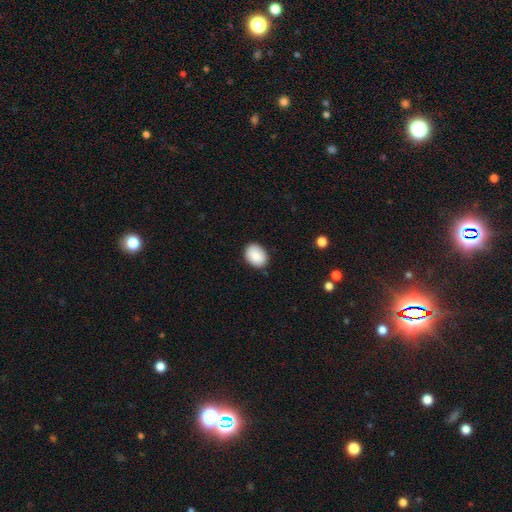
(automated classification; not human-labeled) A smooth galaxy with no disk features (89%) that is in between round and cigar-shaped (69%).

Vote fractions:
- Smooth or featured? smooth: 89% / star or artifact: 7% / featured or disk: 5%
- How rounded? in between: 69% / round: 30% / cigar-shaped: 1%
- Merging? none: 86% / minor disturbance: 10% / major disturbance: 2% / merger: 1%